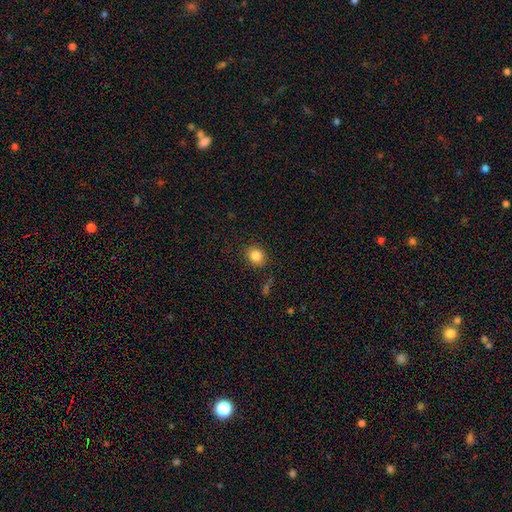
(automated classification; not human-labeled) smooth_or_featured: smooth (p=0.84) [alt: star or artifact p=0.10]
how_rounded: round (p=0.72) [alt: in between p=0.27]
merging: none (p=0.87) [alt: minor disturbance p=0.09]